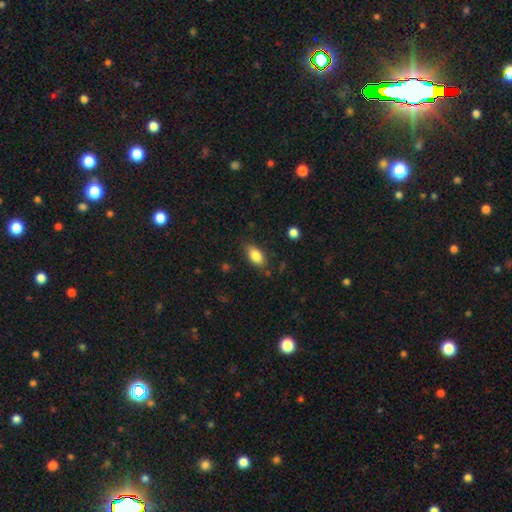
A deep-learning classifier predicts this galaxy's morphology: smooth 84%, featured or disk 8%, star or artifact 8%. Down the decision tree: how rounded — in between (89%); merging — none (81%).